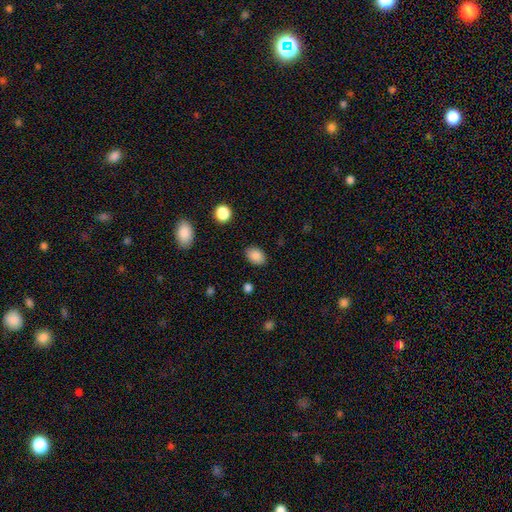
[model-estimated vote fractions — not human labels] A smooth galaxy with no disk features (87%) that is in between round and cigar-shaped (80%). Merging: none (86%).